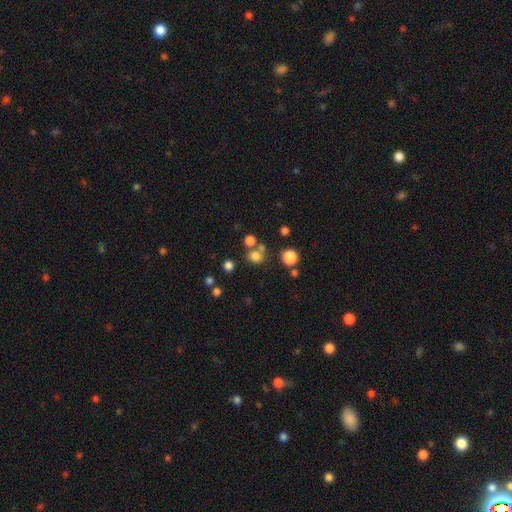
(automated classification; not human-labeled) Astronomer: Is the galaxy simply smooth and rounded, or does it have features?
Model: smooth — 74%.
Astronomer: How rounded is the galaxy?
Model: round — 84%.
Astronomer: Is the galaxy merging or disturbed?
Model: none — 62%.